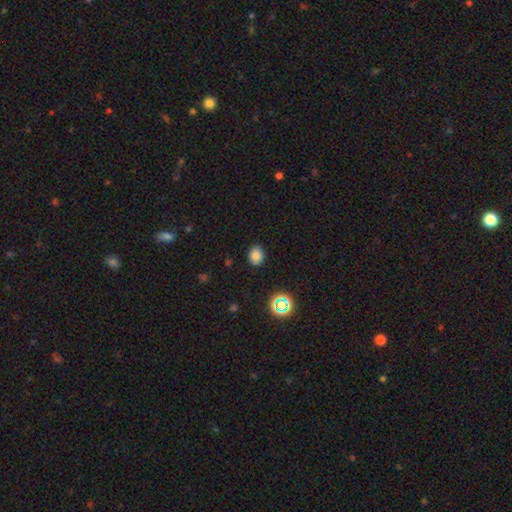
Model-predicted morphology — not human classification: Overall: smooth (79%). How rounded: round (56%; in between 43%). Merging: none (88%).